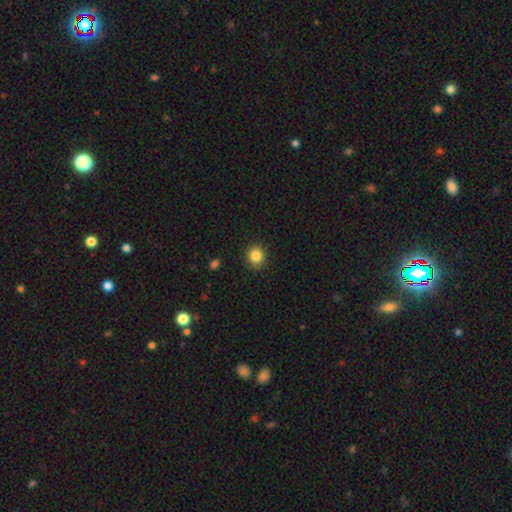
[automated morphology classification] Smooth or featured? Predicted: smooth (p=0.85). How rounded? Predicted: round (p=0.86). Merging? Predicted: none (p=0.91).